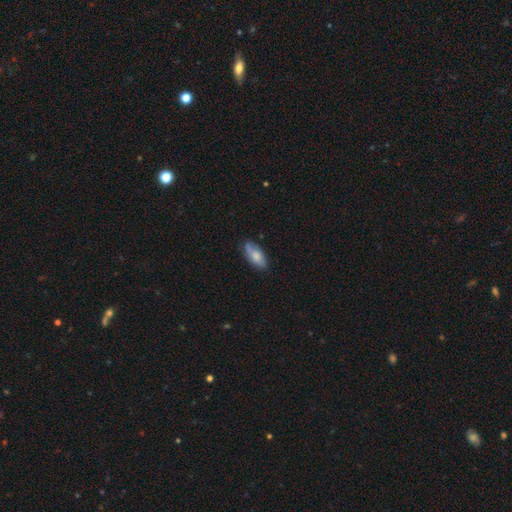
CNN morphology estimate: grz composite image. It shows a smooth galaxy with no disk features (70%) that is in between round and cigar-shaped (85%). Merging: none (73%).